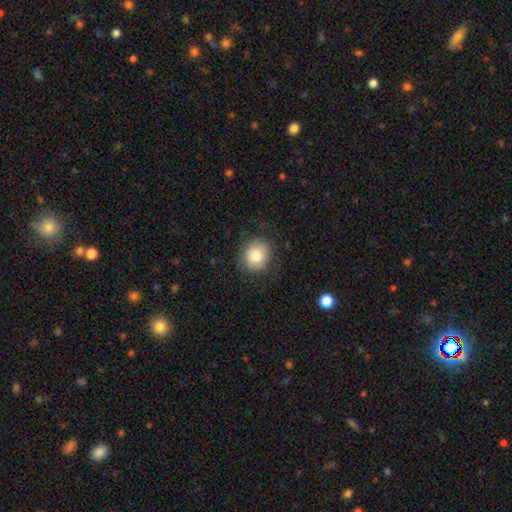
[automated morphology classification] A smooth galaxy with no disk features (80%) that is round (75%).

Vote fractions:
- Smooth or featured? smooth: 80% / featured or disk: 11% / star or artifact: 8%
- How rounded? round: 75% / in between: 24% / cigar-shaped: 1%
- Merging? none: 79% / minor disturbance: 14% / major disturbance: 6% / merger: 1%